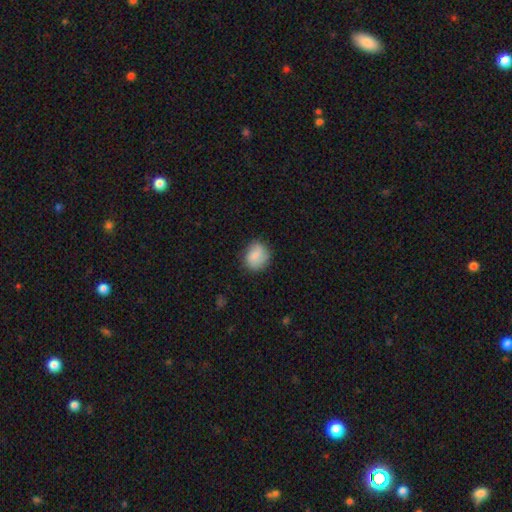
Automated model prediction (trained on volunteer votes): Smooth or featured? smooth (77%)
How rounded? round (68%)
Merging? none (76%)